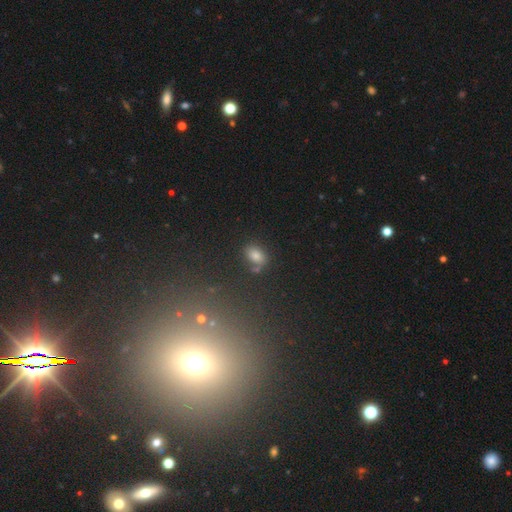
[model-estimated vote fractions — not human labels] Overall: smooth (71%). How rounded: in between (79%). Merging: none (71%).